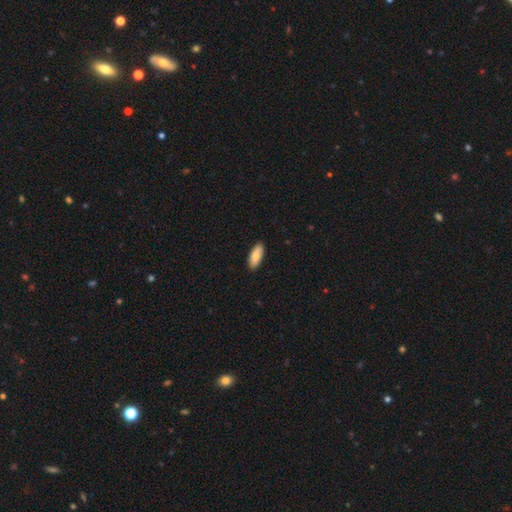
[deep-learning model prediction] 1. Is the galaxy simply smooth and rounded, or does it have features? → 82% smooth, 12% featured or disk, 6% star or artifact.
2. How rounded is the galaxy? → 78% in between, 20% cigar-shaped, 2% round.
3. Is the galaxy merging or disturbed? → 90% none, 8% minor disturbance, 1% major disturbance, 1% merger.